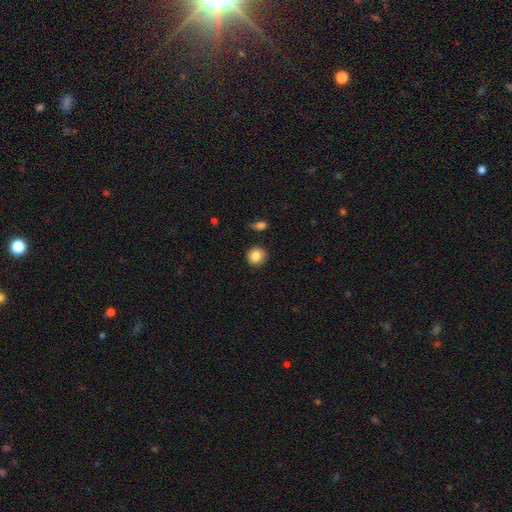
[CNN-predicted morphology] The model was most divided on "smooth or featured": smooth: 84%, star or artifact: 9%, featured or disk: 7%. More confident: how rounded — round (90%); merging — none (86%).